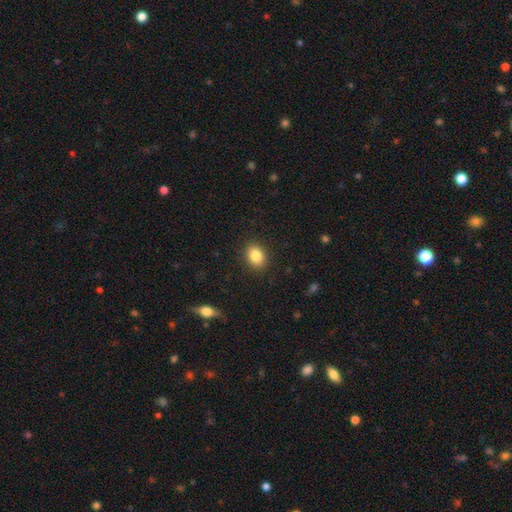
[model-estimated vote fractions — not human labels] Overall: smooth (85%). How rounded: in between (64%; round 35%). Merging: none (89%).